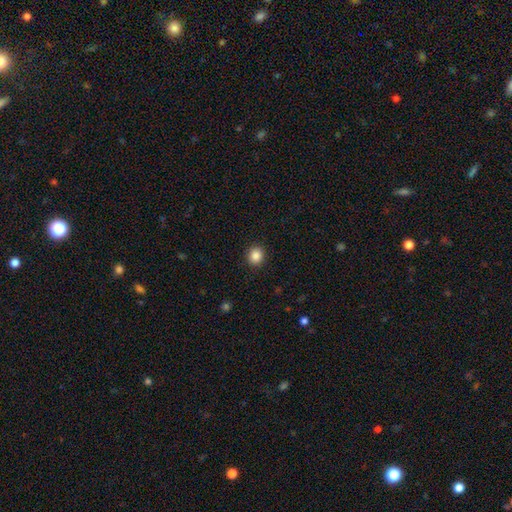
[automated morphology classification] The model was most divided on "how rounded": round: 88%, in between: 12%, cigar-shaped: 1%. More confident: merging — none (92%); smooth or featured — smooth (87%).